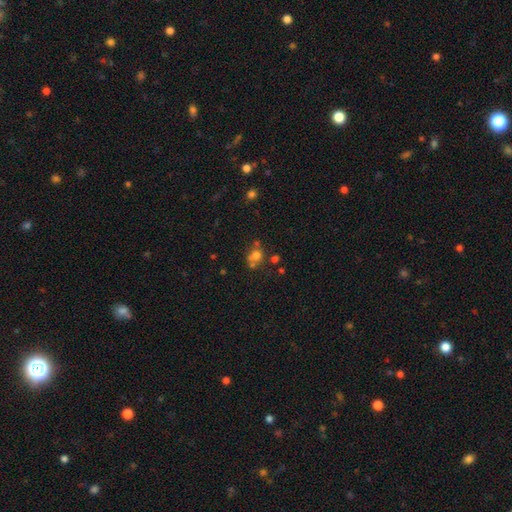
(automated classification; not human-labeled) Smooth or featured? smooth (65%)
How rounded? round (76%)
Merging? none (47%)